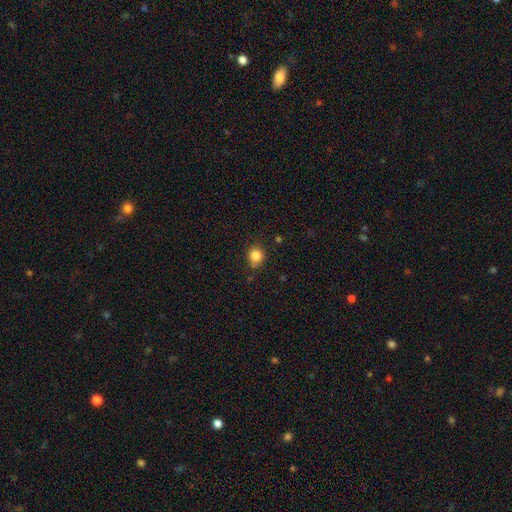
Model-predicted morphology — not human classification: The model was most divided on "merging": none: 72%, minor disturbance: 20%, merger: 4%, major disturbance: 4%. More confident: smooth or featured — smooth (84%); how rounded — round (79%).